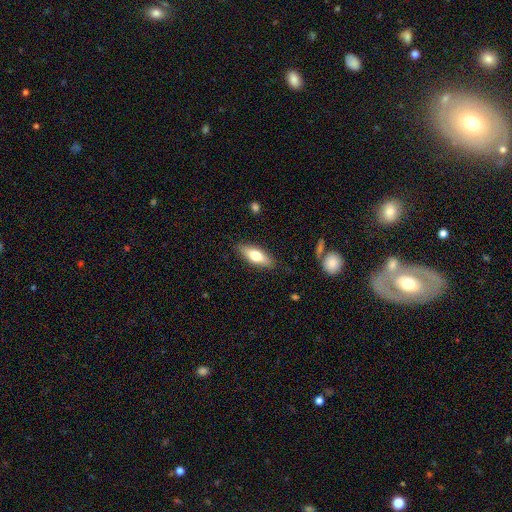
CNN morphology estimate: Smooth or featured? Predicted: smooth (p=0.66). How rounded? Predicted: in between (p=0.63). Merging? Predicted: none (p=0.85).